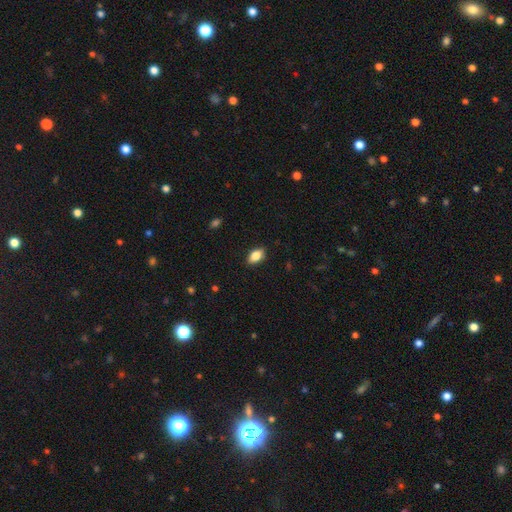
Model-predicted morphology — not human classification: A smooth galaxy with no disk features (81%) that is in between round and cigar-shaped (89%). Merging: none (86%).